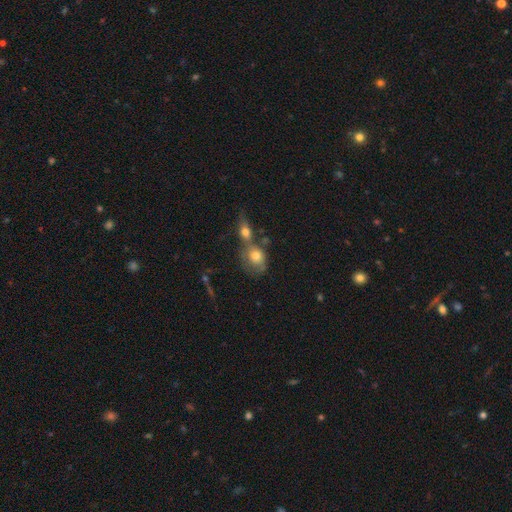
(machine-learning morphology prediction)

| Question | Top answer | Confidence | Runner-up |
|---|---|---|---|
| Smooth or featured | smooth | 71% | featured or disk (20%) |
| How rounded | round | 53% | in between (45%) |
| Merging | merger | 53% | none (28%) |